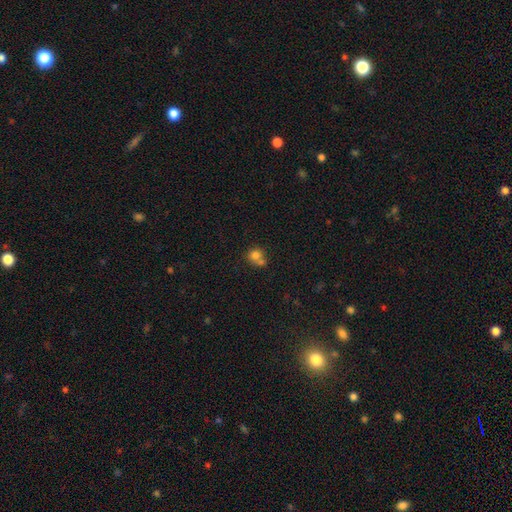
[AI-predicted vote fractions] Overall: smooth (77%). How rounded: round (81%). Merging: merger (48%; none 39%).